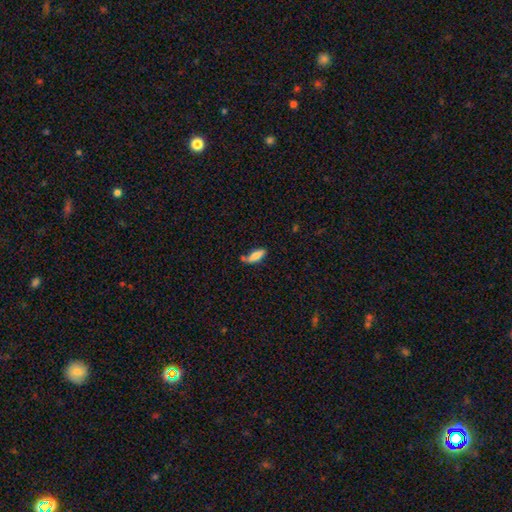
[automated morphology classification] A smooth galaxy with no disk features (79%) that is in between round and cigar-shaped (59%).

Vote fractions:
- Smooth or featured? smooth: 79% / featured or disk: 14% / star or artifact: 7%
- How rounded? in between: 59% / cigar-shaped: 39% / round: 2%
- Merging? none: 63% / minor disturbance: 20% / merger: 13% / major disturbance: 4%